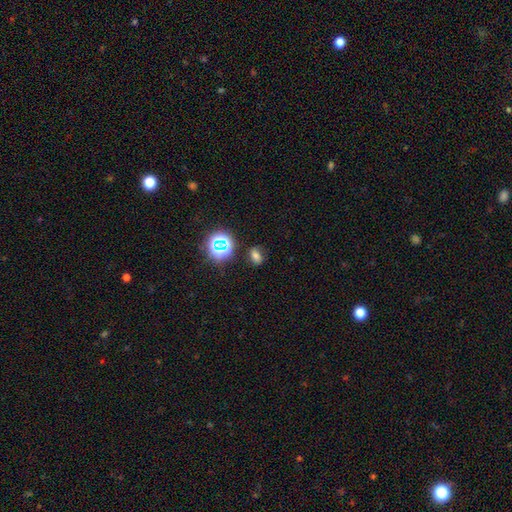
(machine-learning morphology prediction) Smooth or featured? Predicted: smooth (p=0.63). How rounded? Predicted: in between (p=0.72). Merging? Predicted: none (p=0.80).